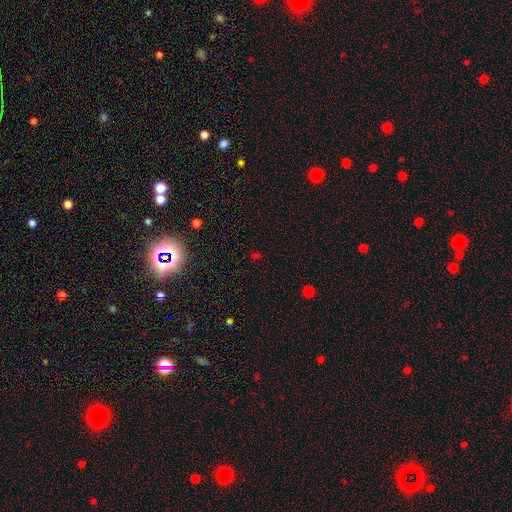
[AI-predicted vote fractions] Smooth or featured? Predicted: star or artifact (p=0.60).